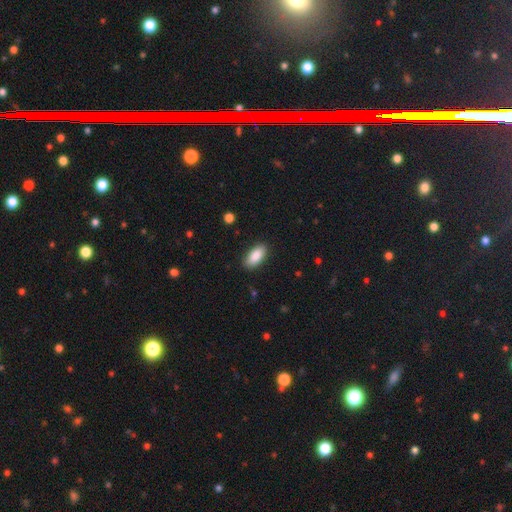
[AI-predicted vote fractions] smooth 88%, star or artifact 6%, featured or disk 5%. Down the decision tree: how rounded — in between (90%); merging — none (88%).